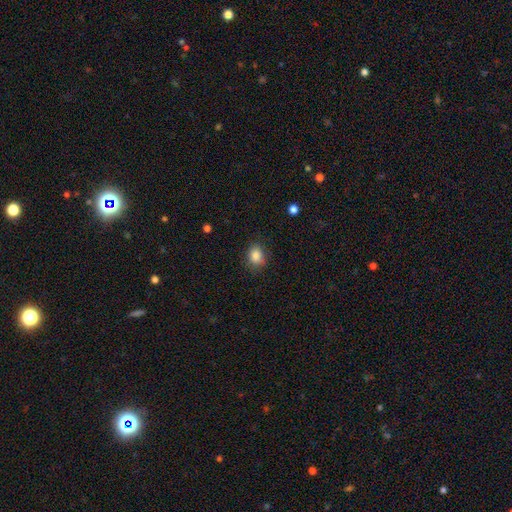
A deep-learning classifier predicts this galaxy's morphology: Q: Smooth or featured?
A: smooth (85%); runner-up: star or artifact (10%)
Q: How rounded?
A: round (50%); runner-up: in between (49%)
Q: Merging?
A: none (78%); runner-up: minor disturbance (17%)